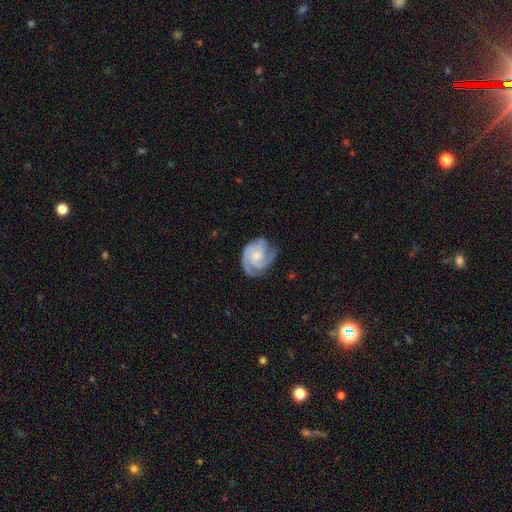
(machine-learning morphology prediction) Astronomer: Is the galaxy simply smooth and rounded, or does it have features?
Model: featured or disk — 86%.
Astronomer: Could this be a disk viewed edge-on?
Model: no — 98%.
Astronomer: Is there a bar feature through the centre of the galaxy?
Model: no — 71%.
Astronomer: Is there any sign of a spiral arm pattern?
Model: yes — 97%.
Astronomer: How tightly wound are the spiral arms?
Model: tight — 59% (runner-up: medium, 35%).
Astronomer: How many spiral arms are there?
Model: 3 — 49% (runner-up: 2, 27%).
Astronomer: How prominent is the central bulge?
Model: small — 49% (runner-up: moderate, 39%).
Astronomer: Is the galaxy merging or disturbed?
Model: none — 68%.